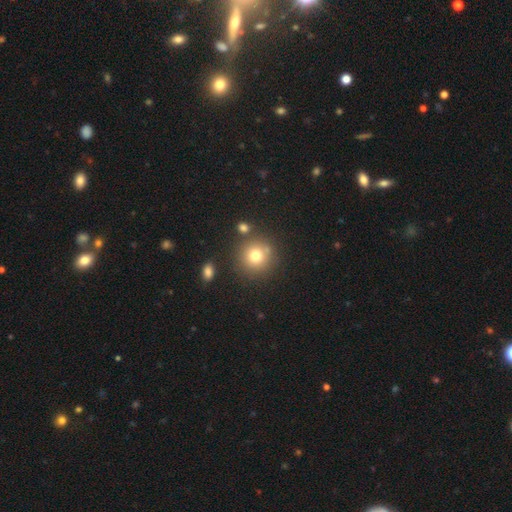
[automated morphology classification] type=smooth (75%); roundness=round (93%); merging=none (79%).